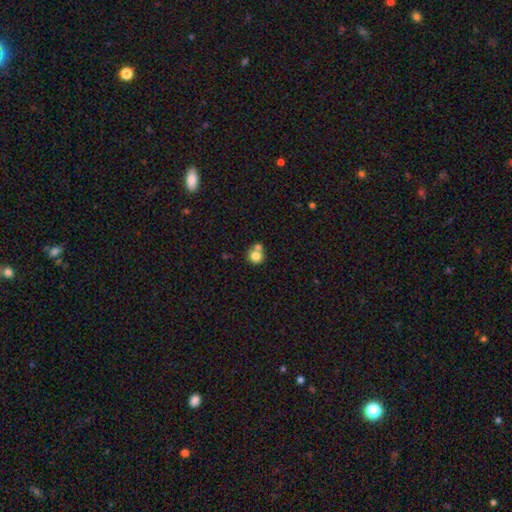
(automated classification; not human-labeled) A smooth galaxy with no disk features (79%) that is round (87%). Merging: none (45%).